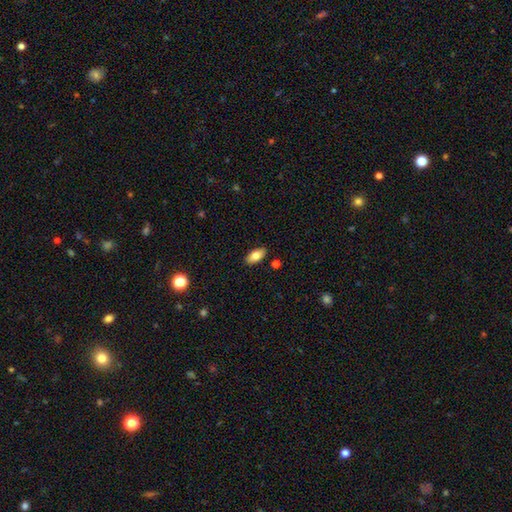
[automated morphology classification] This appears to be a smooth galaxy with no disk features (78%) that is in between round and cigar-shaped (91%). Merging: none (88%).